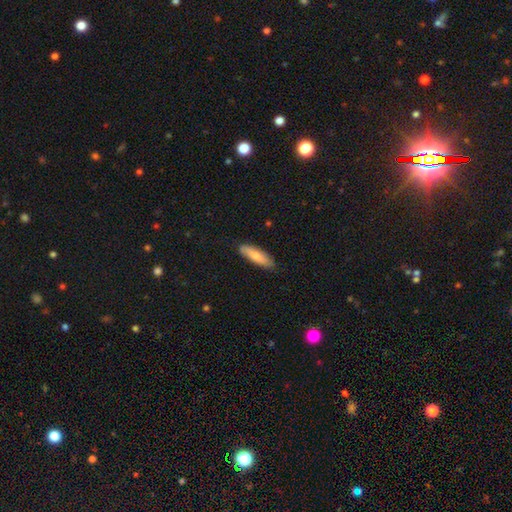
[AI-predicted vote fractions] Smooth or featured? Predicted: smooth (p=0.77). How rounded? Predicted: cigar-shaped (p=0.53). Merging? Predicted: none (p=0.82).